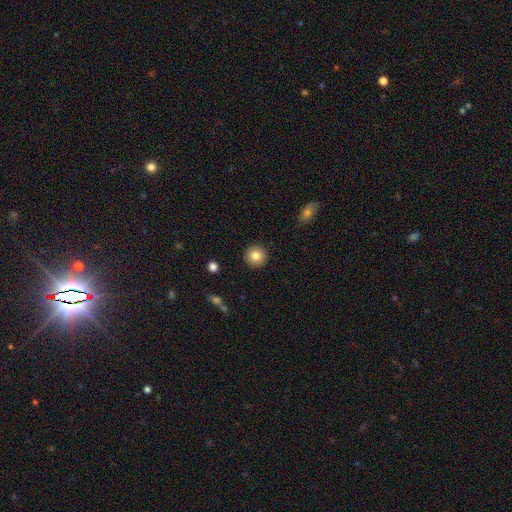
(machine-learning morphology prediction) This is clearly a smooth galaxy (83%). How rounded: clearly round (94%). Merging: clearly none (92%).